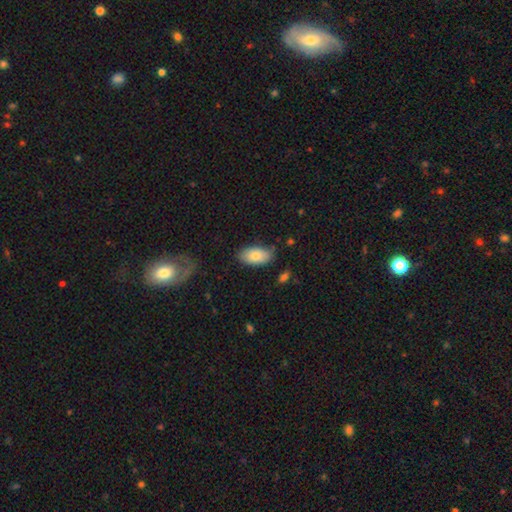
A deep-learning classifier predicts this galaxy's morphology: smooth_or_featured: smooth (p=0.80) [alt: featured or disk p=0.14]
how_rounded: in between (p=0.94) [alt: round p=0.04]
merging: none (p=0.82) [alt: minor disturbance p=0.13]